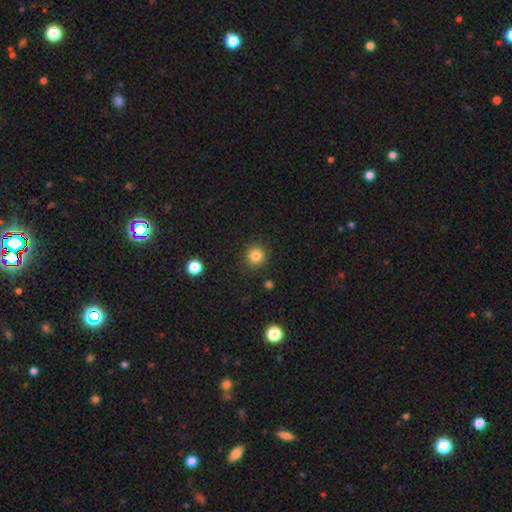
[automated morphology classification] smooth_or_featured: smooth (p=0.83) [alt: star or artifact p=0.12]
how_rounded: round (p=0.93) [alt: in between p=0.06]
merging: none (p=0.89) [alt: minor disturbance p=0.07]